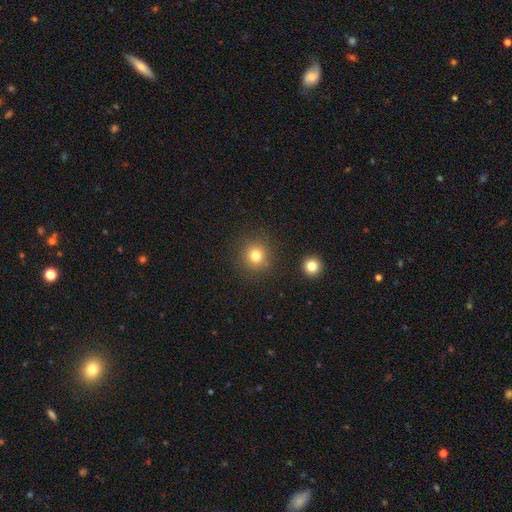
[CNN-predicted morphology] Smooth or featured? smooth (77%)
How rounded? round (93%)
Merging? none (85%)